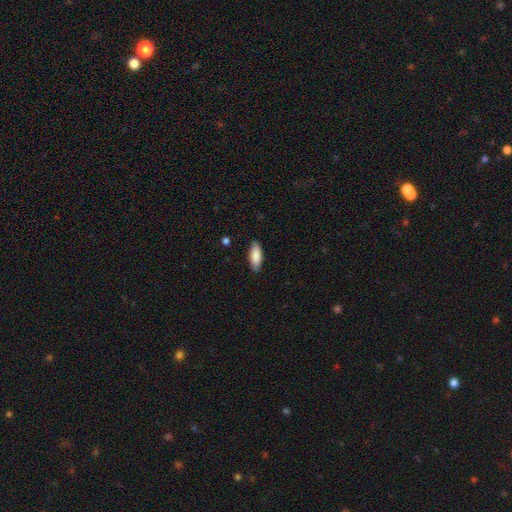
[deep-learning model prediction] smooth 87%, featured or disk 8%, star or artifact 6%. Down the decision tree: how rounded — in between (76%); merging — none (84%).